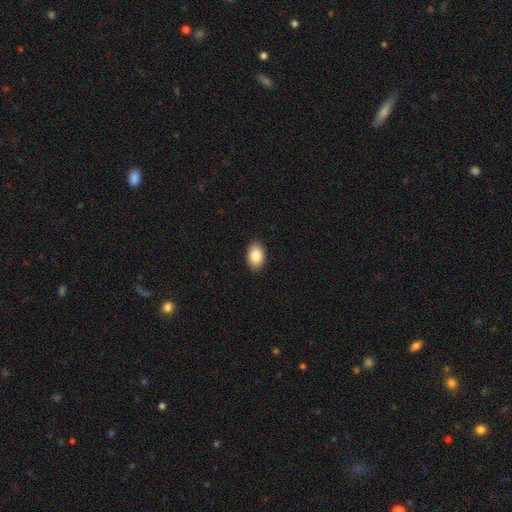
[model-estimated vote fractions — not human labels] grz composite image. It shows a smooth galaxy with no disk features (86%) that is in between round and cigar-shaped (90%). Merging: none (90%).